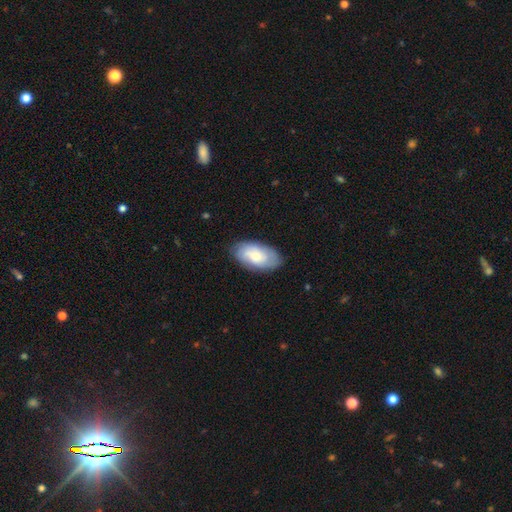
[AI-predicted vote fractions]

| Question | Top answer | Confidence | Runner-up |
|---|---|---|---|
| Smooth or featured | smooth | 53% | featured or disk (41%) |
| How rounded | in between | 93% | round (4%) |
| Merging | none | 81% | minor disturbance (15%) |